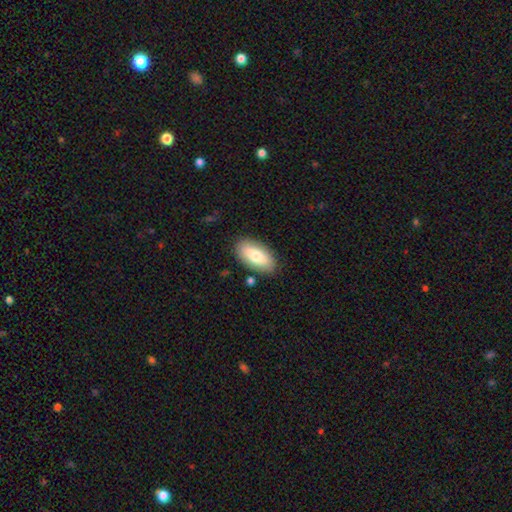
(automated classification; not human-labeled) smooth 75%, featured or disk 19%, star or artifact 6%. Down the decision tree: how rounded — in between (92%); merging — none (84%).